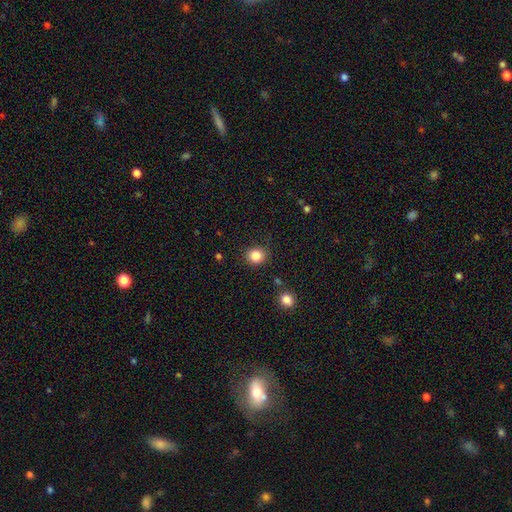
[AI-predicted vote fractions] The model was most divided on "how rounded": round: 84%, in between: 15%, cigar-shaped: 1%. More confident: merging — none (85%); smooth or featured — smooth (85%).